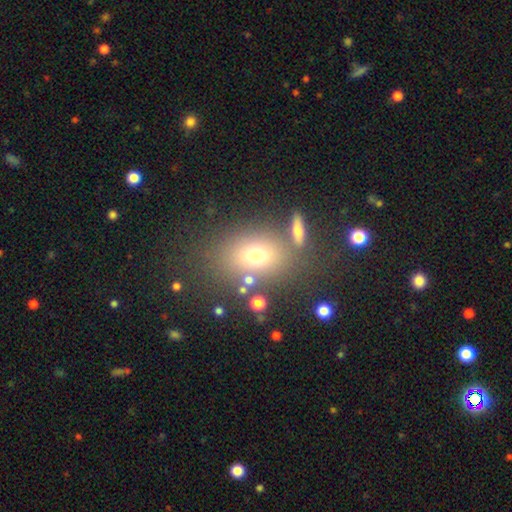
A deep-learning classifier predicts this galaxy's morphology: A smooth galaxy with no disk features (69%) that is in between round and cigar-shaped (63%). Merging: none (71%).